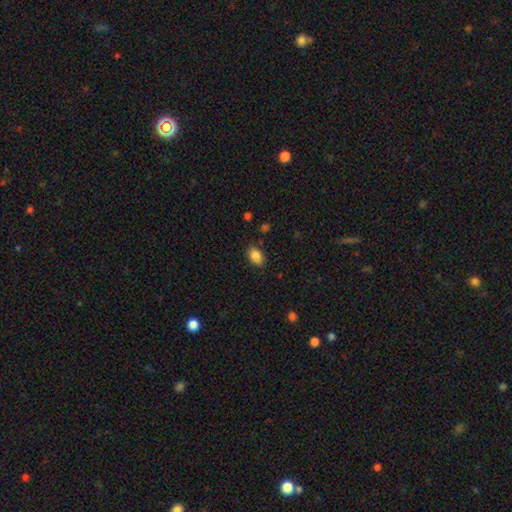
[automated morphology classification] This is clearly a smooth galaxy (86%). How rounded: clearly in between (85%). Merging: clearly none (85%).